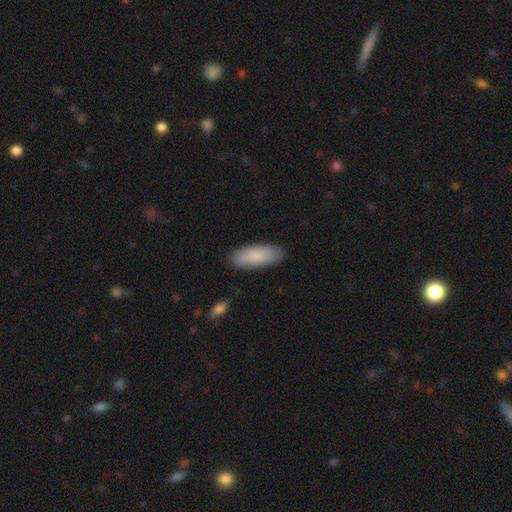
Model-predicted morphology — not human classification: A smooth galaxy with no disk features (85%) that is in between round and cigar-shaped (70%). Merging: none (87%).